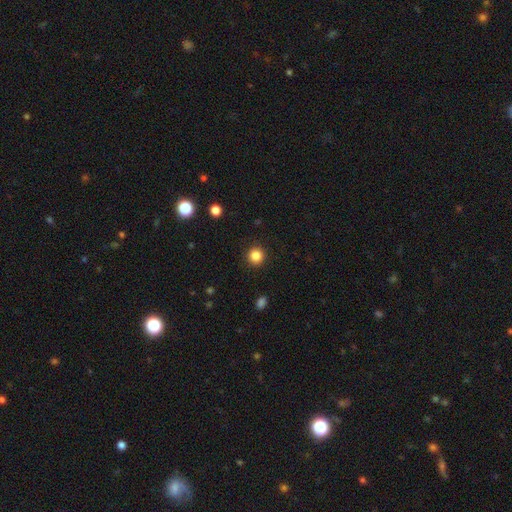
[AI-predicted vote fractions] smooth_or_featured: smooth (p=0.85) [alt: star or artifact p=0.11]
how_rounded: round (p=0.94) [alt: in between p=0.05]
merging: none (p=0.92) [alt: minor disturbance p=0.05]